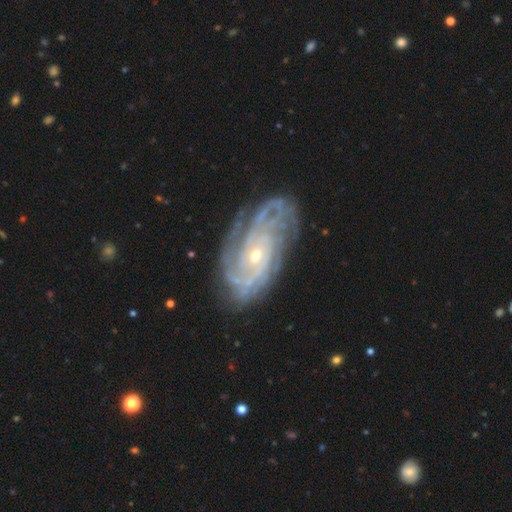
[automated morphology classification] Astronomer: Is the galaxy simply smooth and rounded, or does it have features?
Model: featured or disk — 90%.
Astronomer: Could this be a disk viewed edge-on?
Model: no — 95%.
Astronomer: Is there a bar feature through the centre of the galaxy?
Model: no — 70%.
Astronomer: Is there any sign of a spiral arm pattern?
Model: yes — 98%.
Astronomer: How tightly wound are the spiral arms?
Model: tight — 74%.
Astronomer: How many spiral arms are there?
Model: can't tell — 25% (runner-up: 4, 22%).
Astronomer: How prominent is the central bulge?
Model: small — 68%.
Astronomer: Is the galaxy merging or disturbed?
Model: none — 77%.